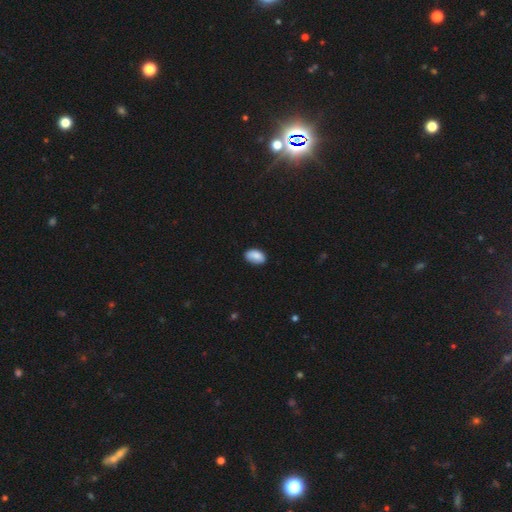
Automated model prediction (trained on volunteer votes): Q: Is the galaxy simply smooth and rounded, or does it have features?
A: smooth — 87%.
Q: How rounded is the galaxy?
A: in between — 91%.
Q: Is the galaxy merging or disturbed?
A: none — 78%.